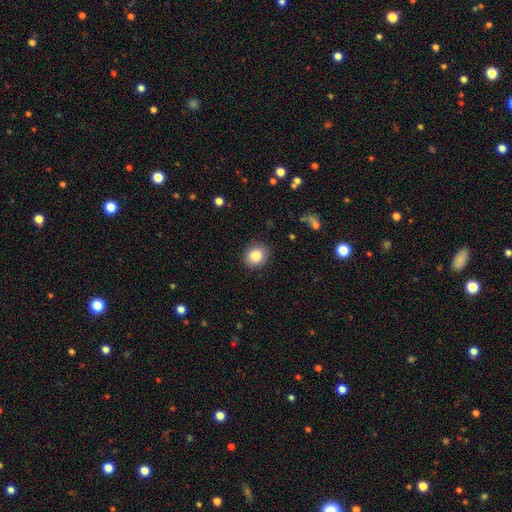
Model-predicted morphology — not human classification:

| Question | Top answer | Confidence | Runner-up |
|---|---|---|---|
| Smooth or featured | smooth | 87% | star or artifact (8%) |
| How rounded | round | 68% | in between (31%) |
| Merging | none | 86% | minor disturbance (10%) |